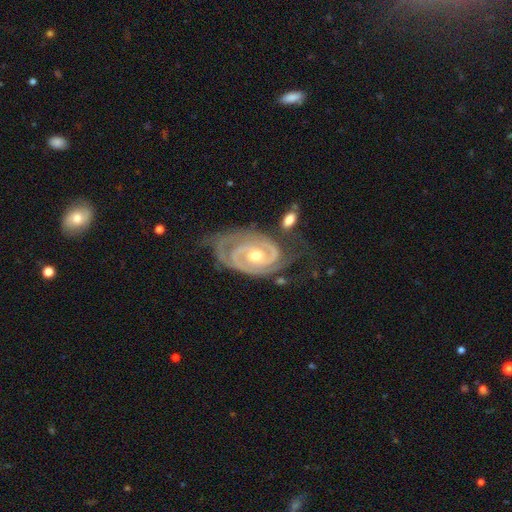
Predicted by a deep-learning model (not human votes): Q: Smooth or featured?
A: featured or disk (92%); runner-up: star or artifact (4%)
Q: Edge-on disk?
A: no (97%); runner-up: yes (3%)
Q: Bar?
A: no (61%); runner-up: weak (27%)
Q: Spiral arms?
A: yes (98%); runner-up: no (2%)
Q: Spiral winding?
A: tight (76%); runner-up: medium (20%)
Q: Spiral arm count?
A: 2 (73%); runner-up: 3 (11%)
Q: Bulge size?
A: moderate (61%); runner-up: small (35%)
Q: Merging?
A: none (57%); runner-up: minor disturbance (24%)